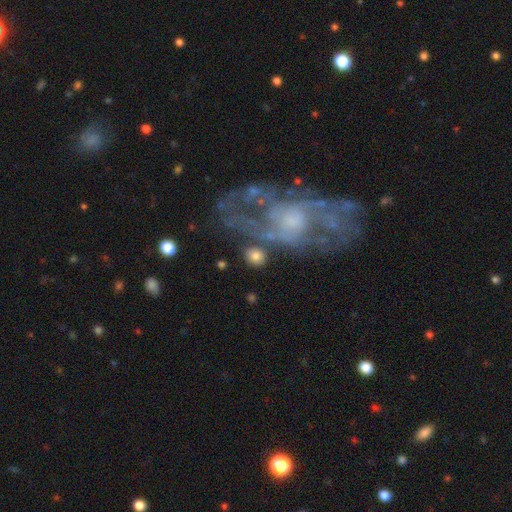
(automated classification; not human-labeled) smooth-or-featured: smooth: 75% | featured or disk: 18% | star or artifact: 8%
  how-rounded: round: 66% | in between: 32% | cigar-shaped: 2%
  merging: none: 70% | minor disturbance: 13% | merger: 9% | major disturbance: 8%